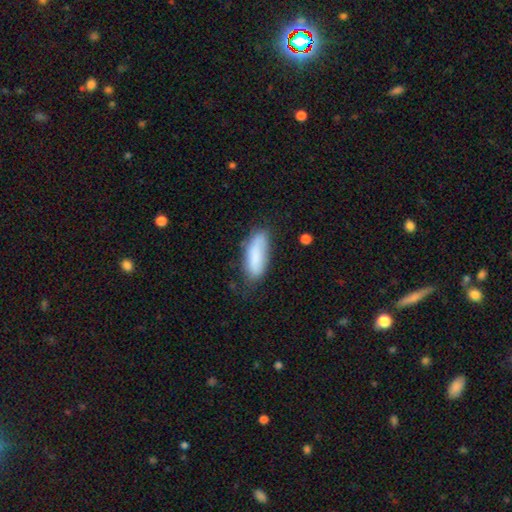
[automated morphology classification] A smooth galaxy with no disk features (81%) that is in between round and cigar-shaped (67%).

Vote fractions:
- Smooth or featured? smooth: 81% / featured or disk: 12% / star or artifact: 6%
- How rounded? in between: 67% / cigar-shaped: 31% / round: 2%
- Merging? none: 60% / minor disturbance: 29% / major disturbance: 8% / merger: 3%